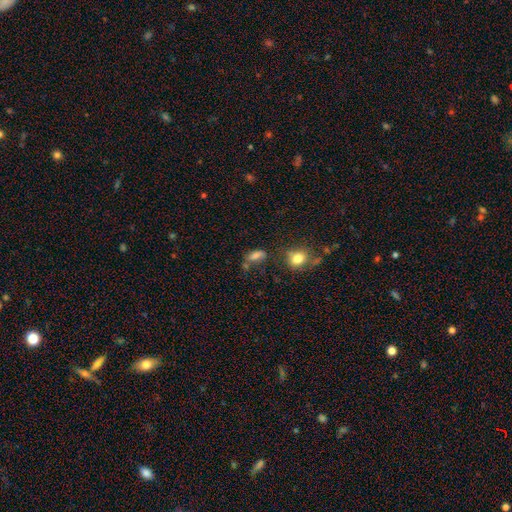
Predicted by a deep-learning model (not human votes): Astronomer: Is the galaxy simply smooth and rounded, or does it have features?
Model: smooth — 75%.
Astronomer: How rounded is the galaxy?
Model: in between — 77%.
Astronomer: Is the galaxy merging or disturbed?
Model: none — 50%.